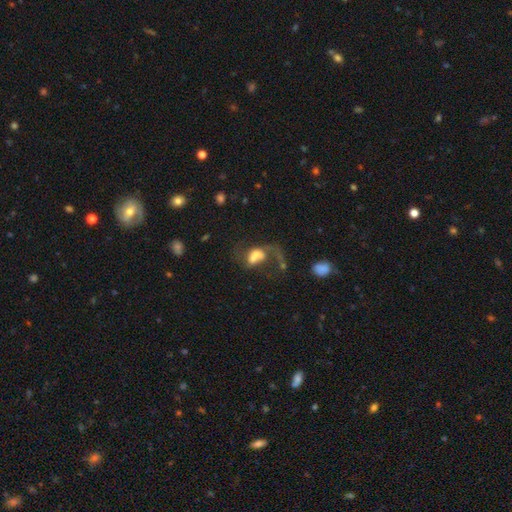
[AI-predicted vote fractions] Smooth or featured: smooth — 45% (featured or disk — 42%)
Merging: major disturbance — 47% (merger — 24%)